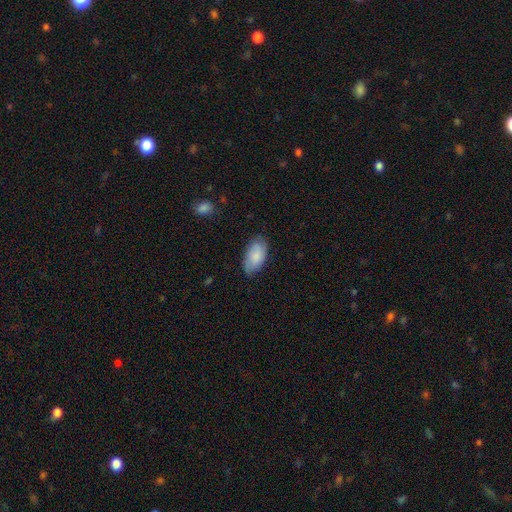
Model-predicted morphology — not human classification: Smooth or featured? smooth (80%)
How rounded? in between (95%)
Merging? none (77%)